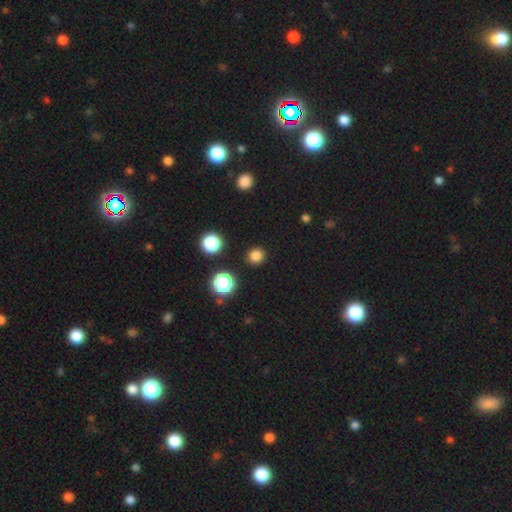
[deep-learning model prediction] Smooth or featured? smooth (80%)
How rounded? round (92%)
Merging? none (91%)